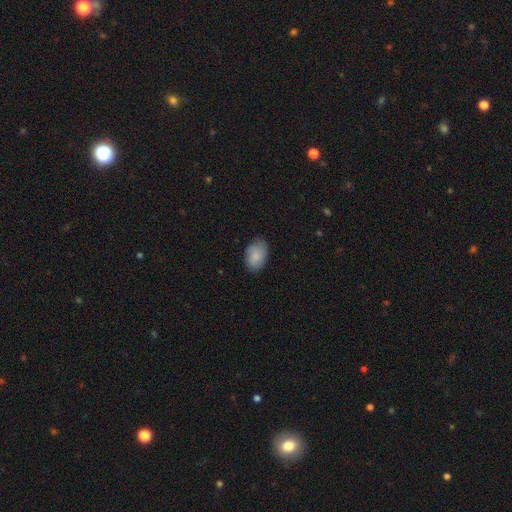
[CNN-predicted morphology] smooth-or-featured: smooth: 83% | featured or disk: 11% | star or artifact: 6%
  how-rounded: in between: 86% | round: 13% | cigar-shaped: 1%
  merging: none: 73% | minor disturbance: 22% | major disturbance: 4% | merger: 1%